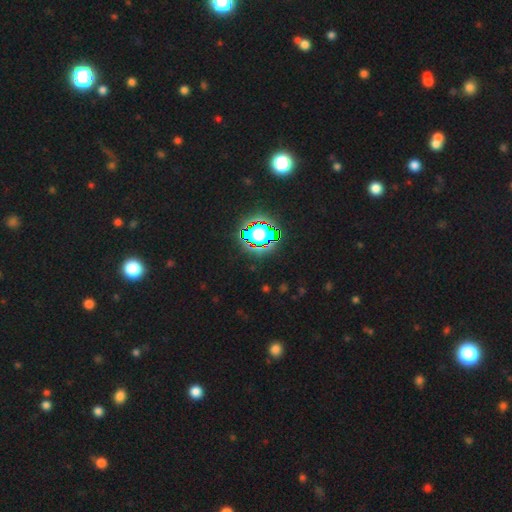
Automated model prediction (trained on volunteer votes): smooth-or-featured: star or artifact: 80% | smooth: 13% | featured or disk: 7%